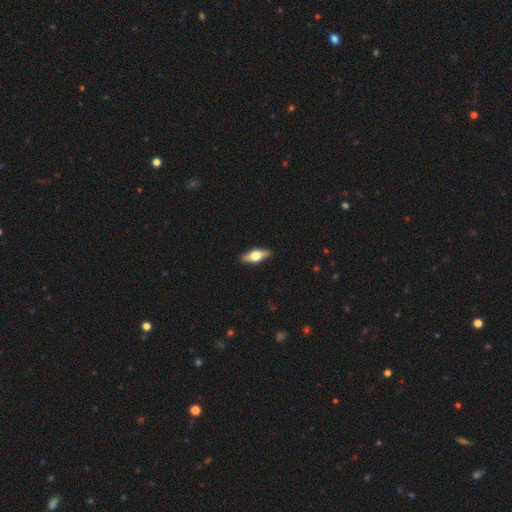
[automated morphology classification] smooth_or_featured: smooth (p=0.52) [alt: featured or disk p=0.42]
how_rounded: in between (p=0.67) [alt: cigar-shaped p=0.30]
merging: none (p=0.90) [alt: minor disturbance p=0.08]